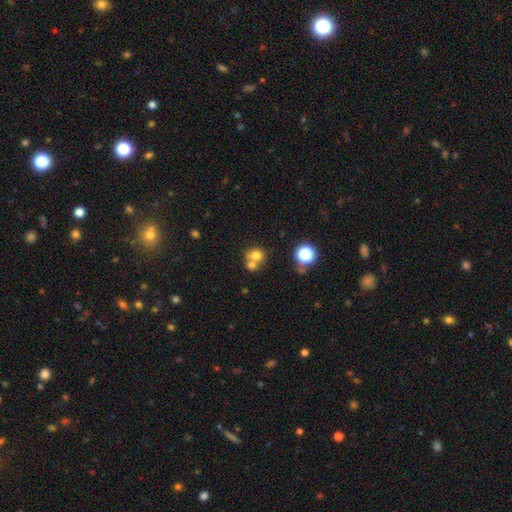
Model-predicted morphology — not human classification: smooth_or_featured: smooth (p=0.70) [alt: star or artifact p=0.15]
how_rounded: round (p=0.80) [alt: in between p=0.19]
merging: merger (p=0.51) [alt: none p=0.39]